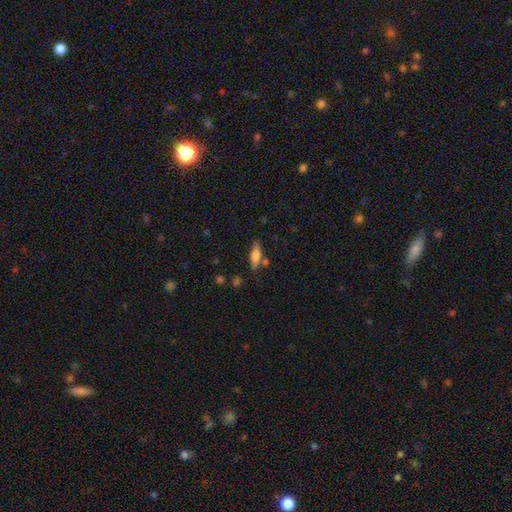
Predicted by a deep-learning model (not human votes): A smooth galaxy with no disk features (65%) that is cigar-shaped (51%). Merging: none (73%).